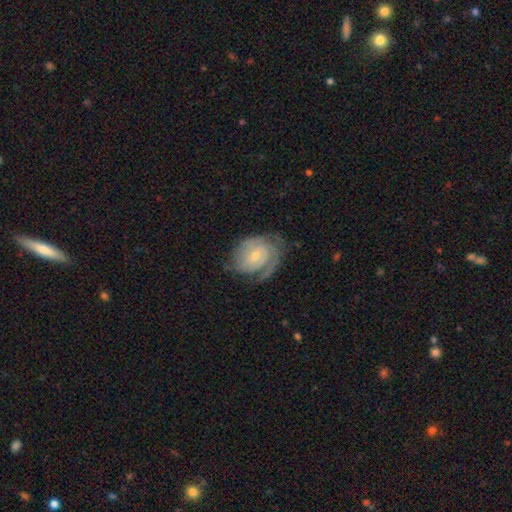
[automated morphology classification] The model was most divided on "bulge size": small: 54%, moderate: 40%, none: 2%, large: 2%, dominant: 1%. Remaining: edge-on disk — no (97%); spiral arms — yes (94%); smooth or featured — featured or disk (81%); spiral winding — tight (61%); merging — none (61%); bar — weak (53%); spiral arm count — 2 (42%).